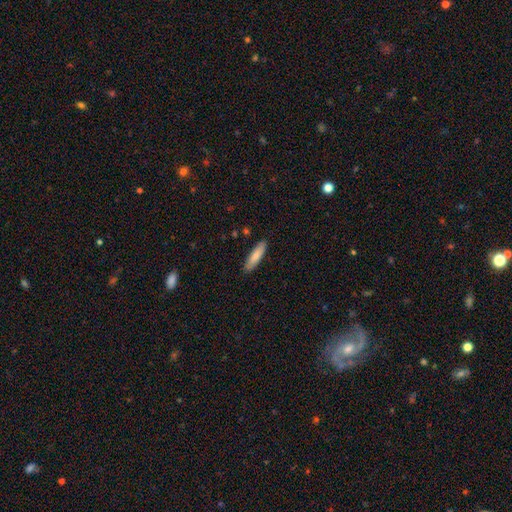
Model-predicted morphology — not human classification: Smooth or featured: smooth — 81% (featured or disk — 13%)
How rounded: cigar-shaped — 69% (in between — 30%)
Merging: none — 87% (minor disturbance — 10%)